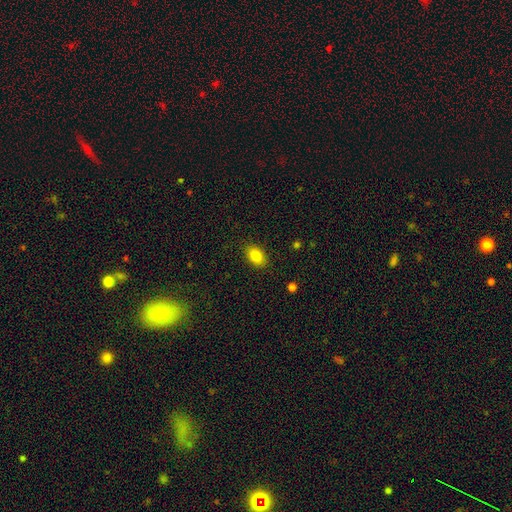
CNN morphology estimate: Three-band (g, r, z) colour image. It shows a smooth galaxy with no disk features (84%) that is in between round and cigar-shaped (85%). Merging: none (87%).